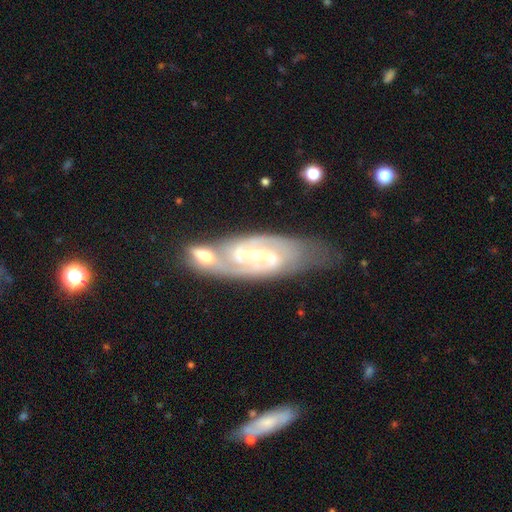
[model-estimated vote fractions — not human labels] A featured or disk galaxy (90%) with a strong bar (52%), 2 (89%) medium (51%) spiral arms (97%) and a small central bulge (55%). Merging: none (47%).